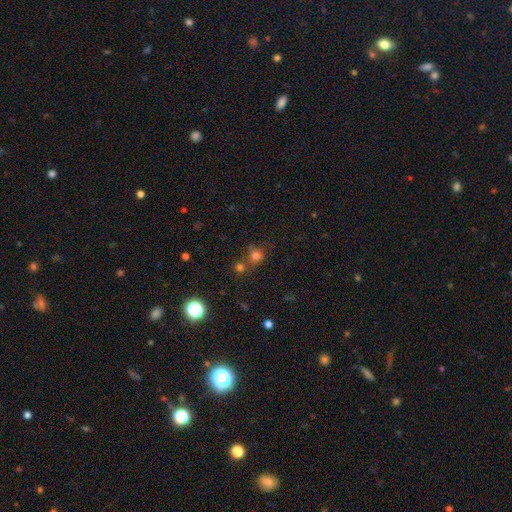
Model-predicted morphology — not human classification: A smooth galaxy with no disk features (71%) that is round (84%).

Vote fractions:
- Smooth or featured? smooth: 71% / star or artifact: 21% / featured or disk: 8%
- How rounded? round: 84% / in between: 15% / cigar-shaped: 1%
- Merging? none: 56% / merger: 28% / minor disturbance: 10% / major disturbance: 5%